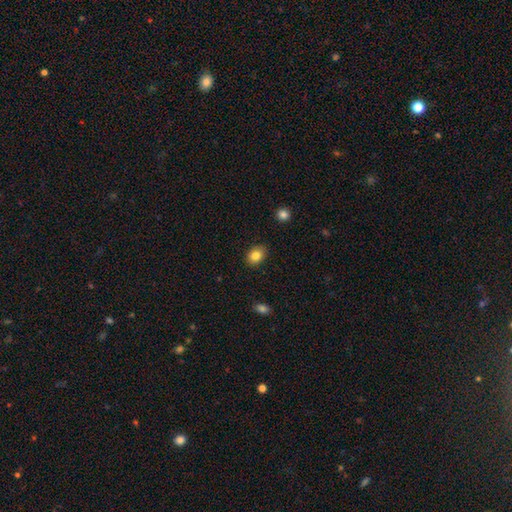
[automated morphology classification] smooth_or_featured: smooth (p=0.83) [alt: star or artifact p=0.09]
how_rounded: in between (p=0.61) [alt: round p=0.38]
merging: none (p=0.87) [alt: minor disturbance p=0.10]